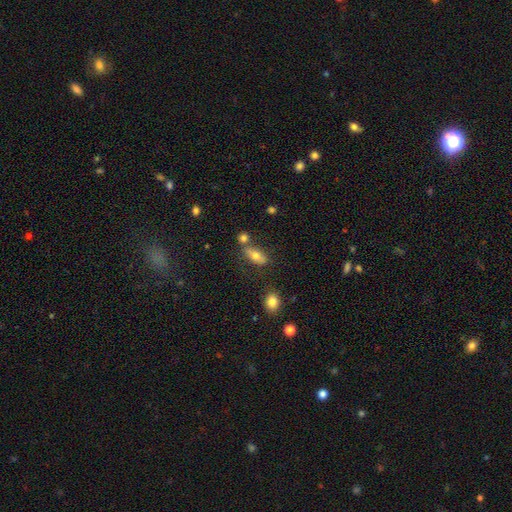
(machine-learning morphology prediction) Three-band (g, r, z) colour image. It shows a smooth galaxy with no disk features (68%) that is in between round and cigar-shaped (72%). Merging: none (62%).